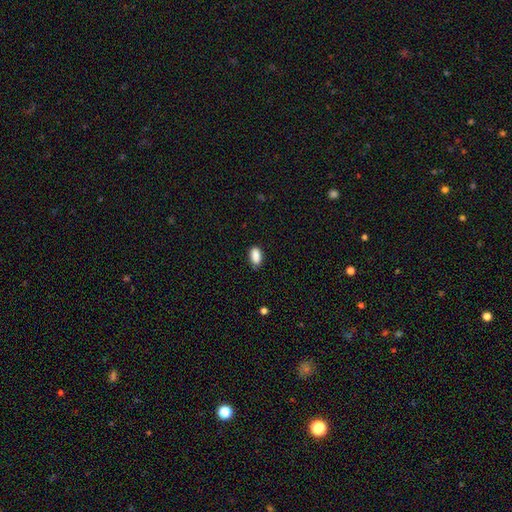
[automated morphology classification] A smooth galaxy with no disk features (89%) that is in between round and cigar-shaped (92%). Merging: none (79%).